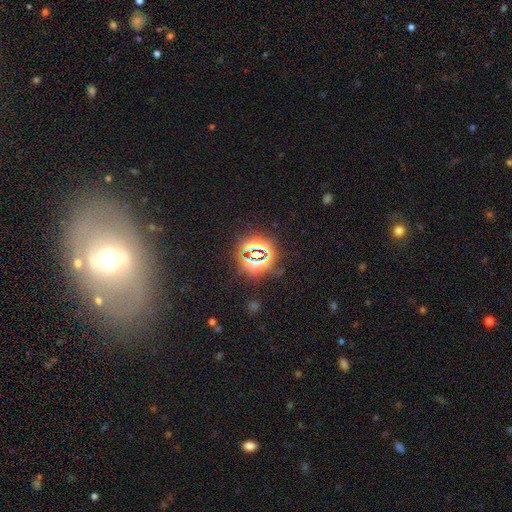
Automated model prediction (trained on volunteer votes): Smooth or featured?
  - star or artifact: 77% *
  - smooth: 15%
  - featured or disk: 8%